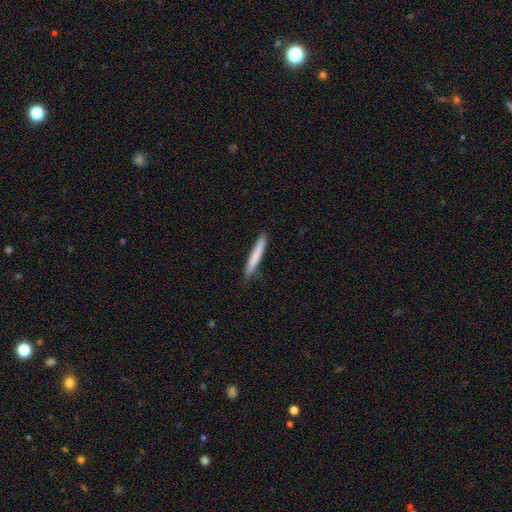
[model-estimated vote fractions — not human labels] smooth 76%, featured or disk 18%, star or artifact 5%. Down the decision tree: how rounded — cigar-shaped (96%); merging — none (85%).